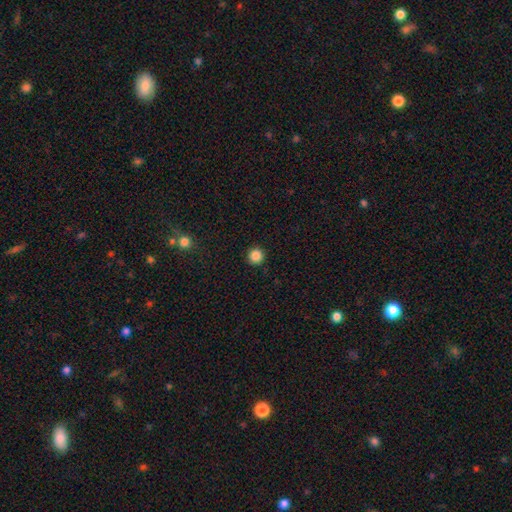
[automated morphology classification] A smooth galaxy with no disk features (86%) that is round (96%). Merging: none (93%).